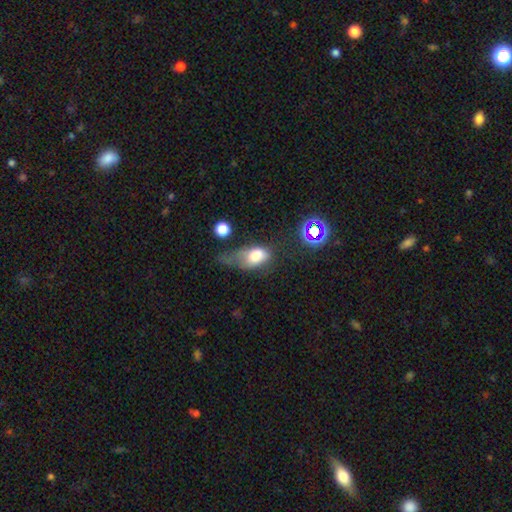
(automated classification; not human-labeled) smooth_or_featured: smooth (p=0.71) [alt: featured or disk p=0.18]
how_rounded: in between (p=0.84) [alt: round p=0.12]
merging: major disturbance (p=0.44) [alt: minor disturbance p=0.31]